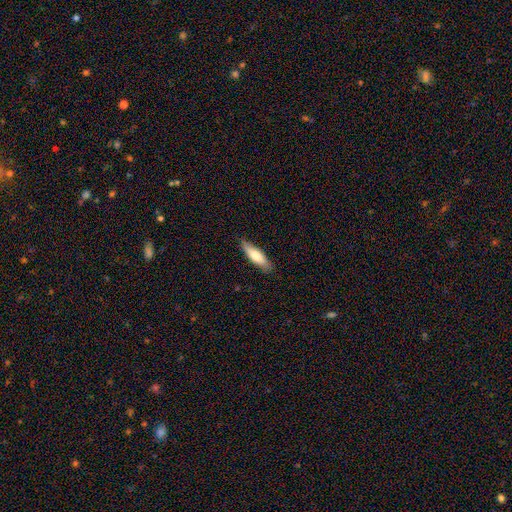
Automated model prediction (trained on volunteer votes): Q: Smooth or featured?
A: smooth (71%); runner-up: featured or disk (24%)
Q: How rounded?
A: cigar-shaped (60%); runner-up: in between (38%)
Q: Merging?
A: none (85%); runner-up: minor disturbance (12%)